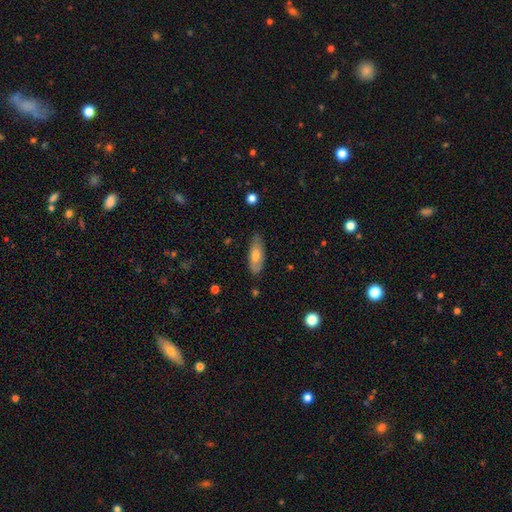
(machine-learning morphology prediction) smooth_or_featured: smooth (p=0.63) [alt: featured or disk p=0.30]
how_rounded: in between (p=0.71) [alt: cigar-shaped p=0.26]
merging: none (p=0.80) [alt: minor disturbance p=0.16]